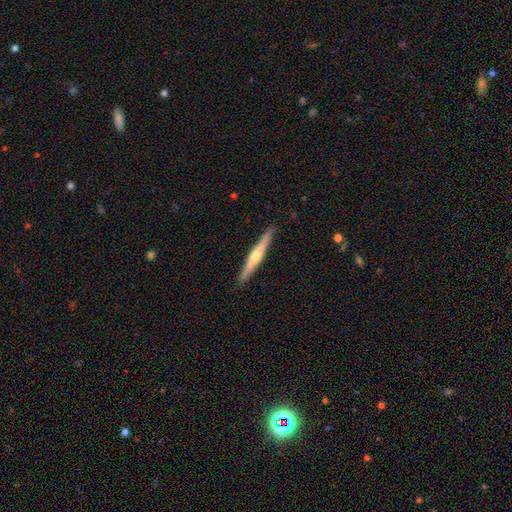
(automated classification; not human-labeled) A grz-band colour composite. It shows a featured or disk galaxy (67%) viewed edge-on (97%) with a rounded central bulge (86%). Merging: none (92%).